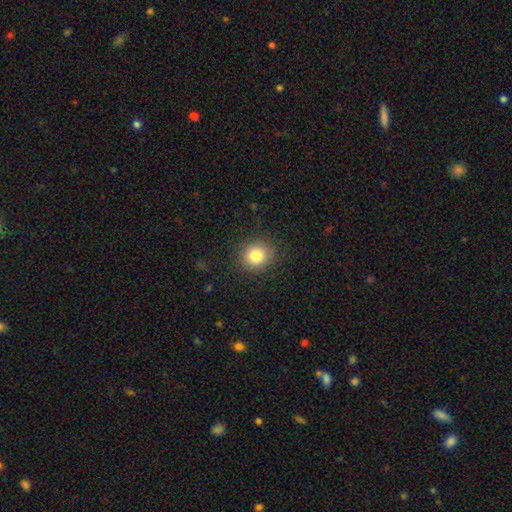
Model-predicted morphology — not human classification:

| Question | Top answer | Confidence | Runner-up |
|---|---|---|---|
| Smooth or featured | smooth | 82% | star or artifact (11%) |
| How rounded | round | 80% | in between (19%) |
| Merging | none | 88% | minor disturbance (8%) |